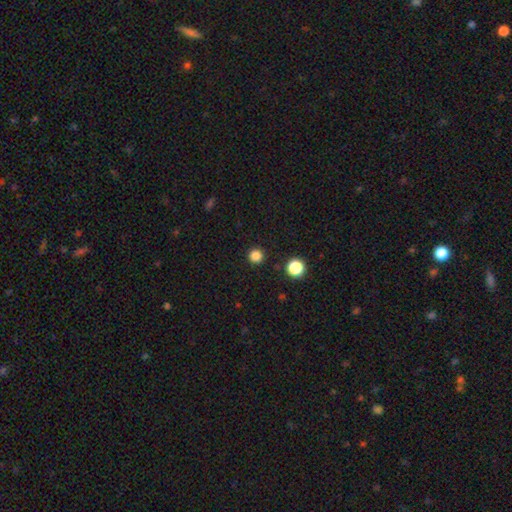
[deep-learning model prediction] Smooth or featured? smooth (84%)
How rounded? round (96%)
Merging? none (93%)